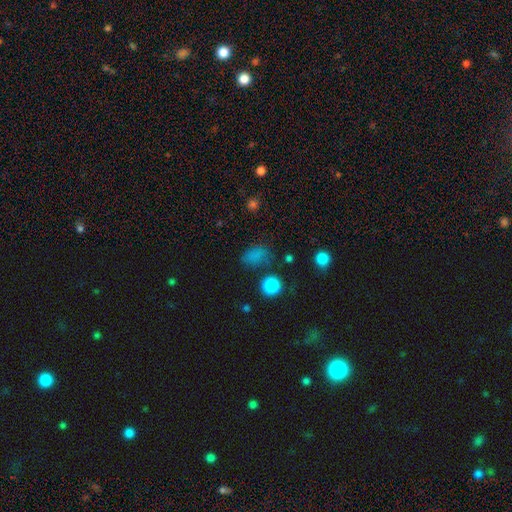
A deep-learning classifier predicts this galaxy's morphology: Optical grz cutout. It shows a smooth galaxy with no disk features (75%) that is in between round and cigar-shaped (72%). Merging: none (63%).